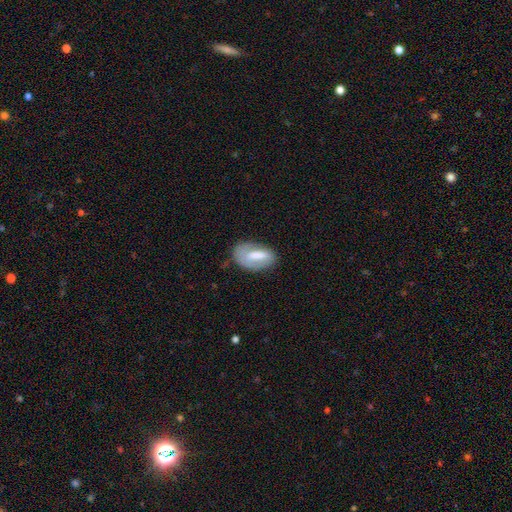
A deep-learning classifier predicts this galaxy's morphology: This appears to be a smooth galaxy with no disk features (65%) that is in between round and cigar-shaped (88%). Merging: none (57%).